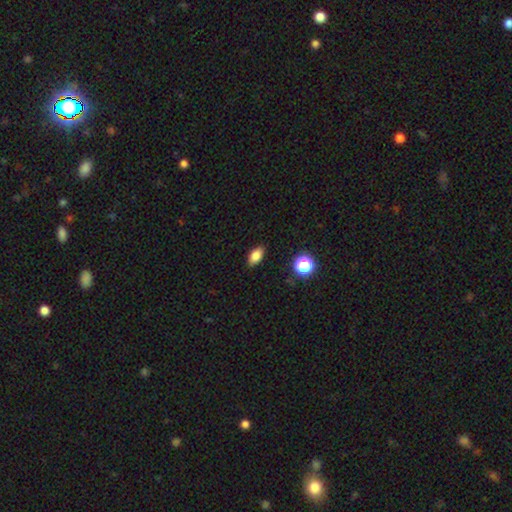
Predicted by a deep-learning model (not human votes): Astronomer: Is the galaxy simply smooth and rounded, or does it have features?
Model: smooth — 83%.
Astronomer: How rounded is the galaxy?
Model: in between — 88%.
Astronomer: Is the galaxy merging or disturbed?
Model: none — 87%.